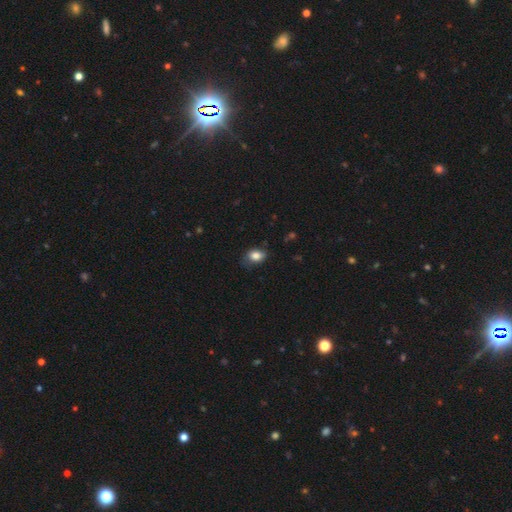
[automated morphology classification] A smooth galaxy with no disk features (84%) that is in between round and cigar-shaped (77%).

Vote fractions:
- Smooth or featured? smooth: 84% / star or artifact: 8% / featured or disk: 8%
- How rounded? in between: 77% / round: 21% / cigar-shaped: 1%
- Merging? none: 63% / minor disturbance: 28% / major disturbance: 8% / merger: 1%